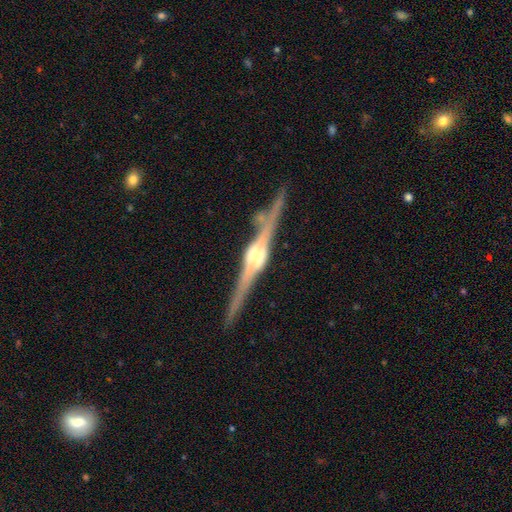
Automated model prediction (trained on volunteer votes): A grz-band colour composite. It shows a featured or disk galaxy (90%) viewed edge-on (98%) with a rounded central bulge (84%). Merging: none (79%).